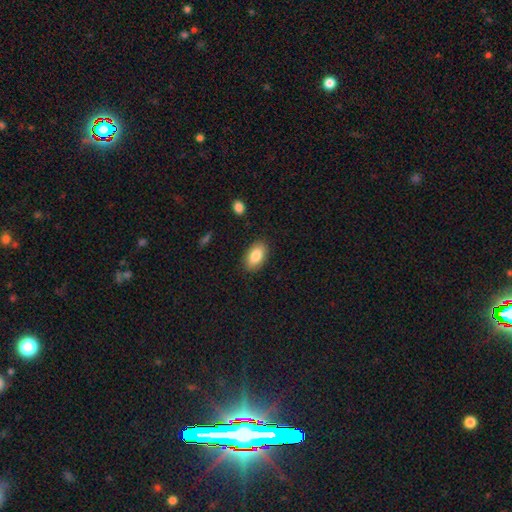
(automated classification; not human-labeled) A smooth galaxy with no disk features (84%) that is in between round and cigar-shaped (93%).

Vote fractions:
- Smooth or featured? smooth: 84% / featured or disk: 9% / star or artifact: 7%
- How rounded? in between: 93% / round: 5% / cigar-shaped: 3%
- Merging? none: 87% / minor disturbance: 9% / major disturbance: 2% / merger: 1%